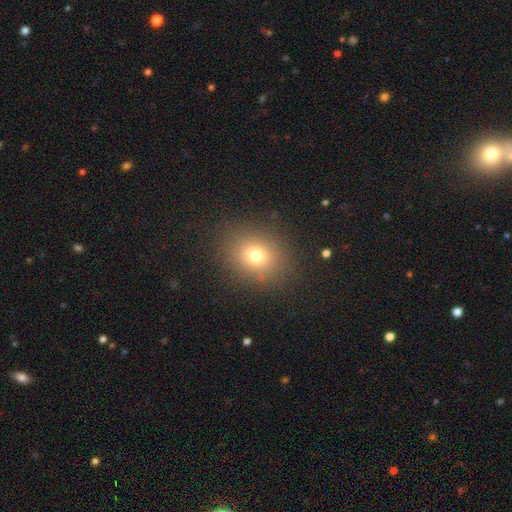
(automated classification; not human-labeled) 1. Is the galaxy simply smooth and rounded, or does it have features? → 74% smooth, 16% star or artifact, 10% featured or disk.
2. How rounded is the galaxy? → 60% round, 39% in between, 1% cigar-shaped.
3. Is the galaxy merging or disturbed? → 86% none, 8% minor disturbance, 4% major disturbance, 1% merger.